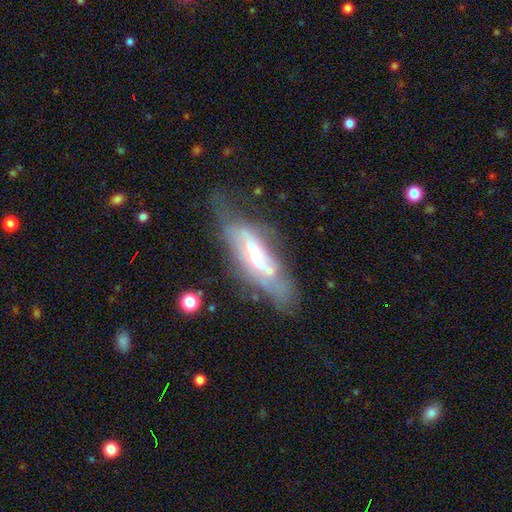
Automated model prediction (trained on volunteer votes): A featured or disk galaxy (61%). Merging: none (33%).